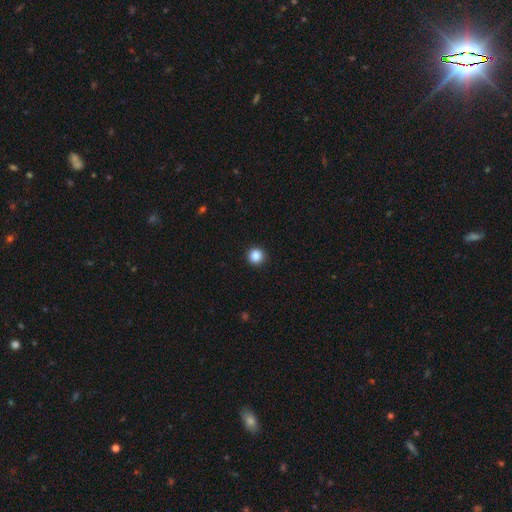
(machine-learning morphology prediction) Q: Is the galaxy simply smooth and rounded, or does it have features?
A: smooth — 87%.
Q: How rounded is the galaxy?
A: round — 95%.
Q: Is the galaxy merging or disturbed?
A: none — 93%.